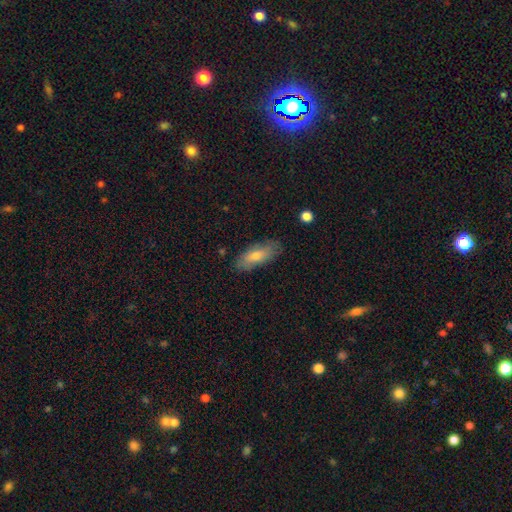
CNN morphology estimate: smooth 68%, featured or disk 25%, star or artifact 7%. Down the decision tree: how rounded — in between (70%); merging — none (82%).